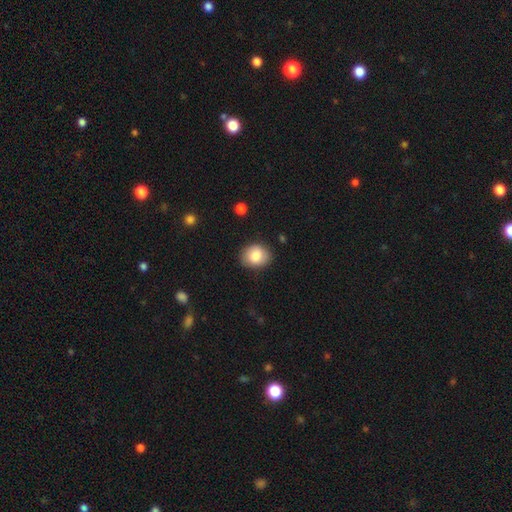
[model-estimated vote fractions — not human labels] Smooth or featured: smooth — 82% (featured or disk — 11%)
How rounded: round — 58% (in between — 41%)
Merging: none — 84% (minor disturbance — 12%)